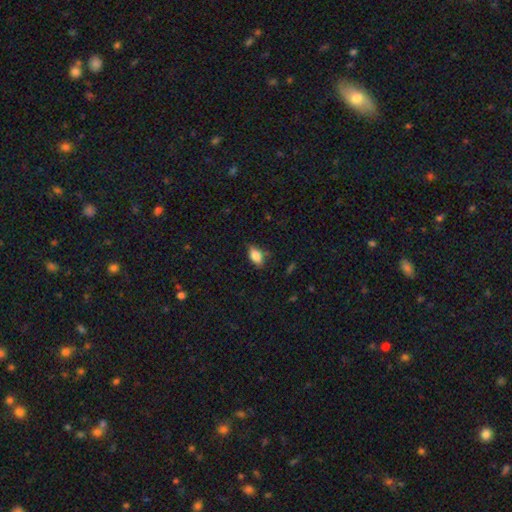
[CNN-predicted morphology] Smooth or featured? Predicted: smooth (p=0.83). How rounded? Predicted: in between (p=0.89). Merging? Predicted: none (p=0.69).